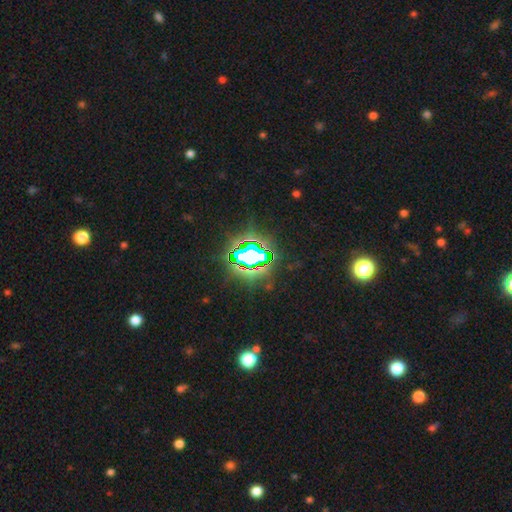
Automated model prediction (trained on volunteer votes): star or artifact 81%, smooth 11%, featured or disk 8%.